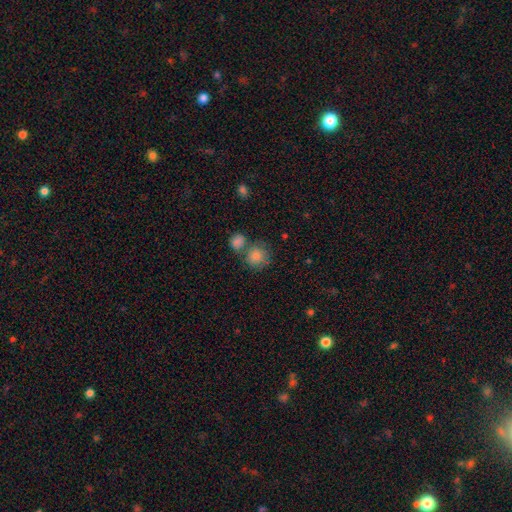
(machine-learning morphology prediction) This is clearly a smooth galaxy (80%). How rounded: clearly round (85%). Merging: possibly none (54%).